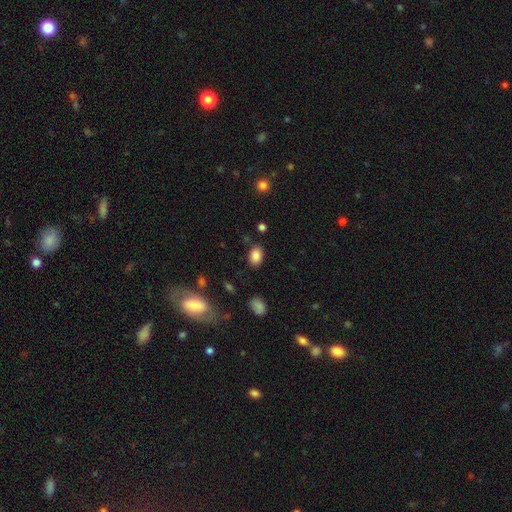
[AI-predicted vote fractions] smooth 86%, star or artifact 9%, featured or disk 5%. Down the decision tree: how rounded — in between (82%); merging — none (84%).